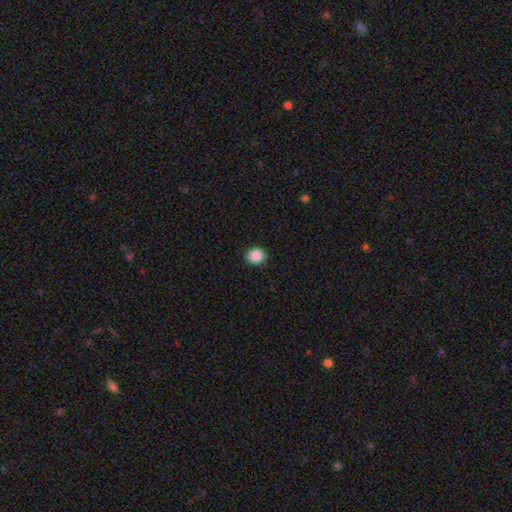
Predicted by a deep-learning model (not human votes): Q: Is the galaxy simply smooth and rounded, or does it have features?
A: smooth — 88%.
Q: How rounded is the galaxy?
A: round — 85%.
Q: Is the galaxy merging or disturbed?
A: none — 91%.